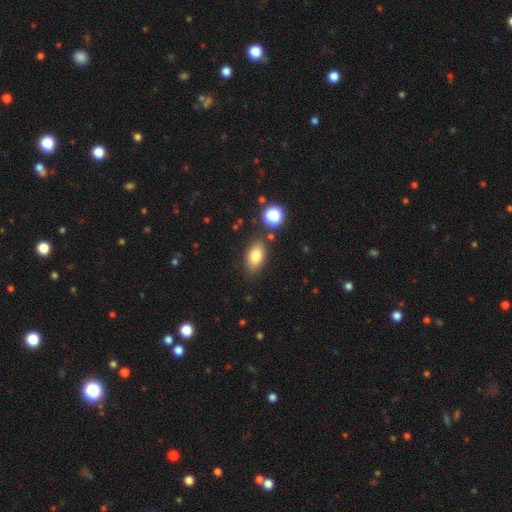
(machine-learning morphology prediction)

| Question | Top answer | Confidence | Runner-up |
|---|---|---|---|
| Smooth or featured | smooth | 80% | featured or disk (10%) |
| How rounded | in between | 87% | round (9%) |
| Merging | none | 80% | minor disturbance (11%) |